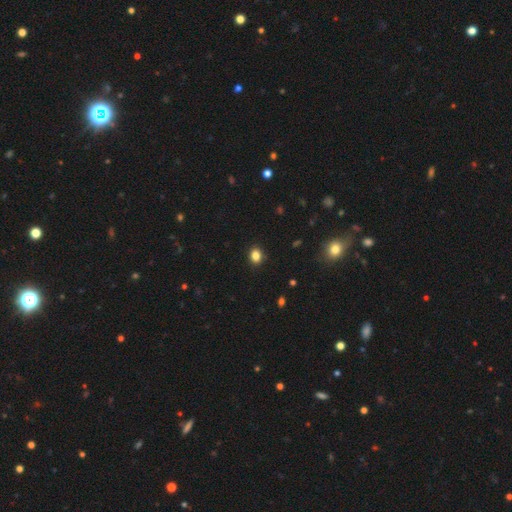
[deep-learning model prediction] Morphology: type=smooth (84%); roundness=round (51%); merging=none (89%).